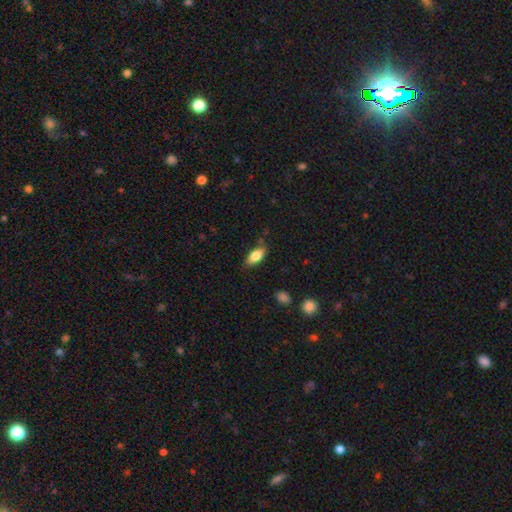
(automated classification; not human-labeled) A smooth galaxy with no disk features (77%) that is in between round and cigar-shaped (83%).

Vote fractions:
- Smooth or featured? smooth: 77% / featured or disk: 16% / star or artifact: 7%
- How rounded? in between: 83% / cigar-shaped: 14% / round: 3%
- Merging? none: 78% / minor disturbance: 16% / major disturbance: 3% / merger: 2%